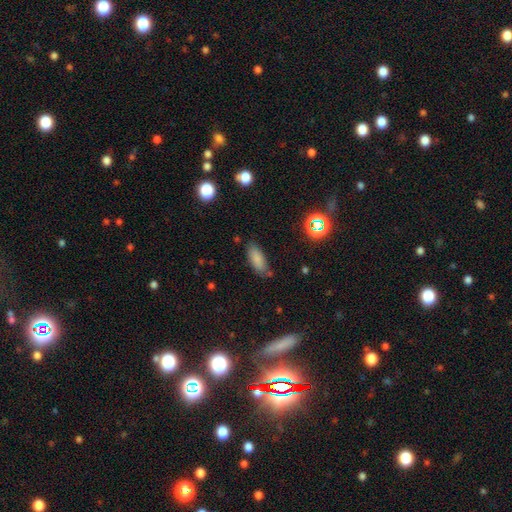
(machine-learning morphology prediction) type=smooth (79%); roundness=in between (74%); merging=none (79%).